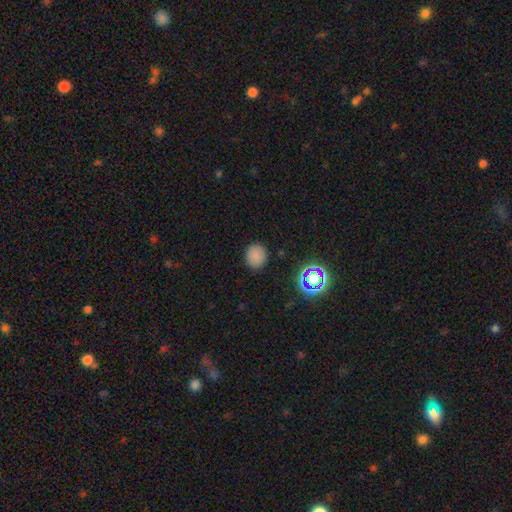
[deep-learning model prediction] Smooth or featured: smooth — 80% (star or artifact — 16%)
How rounded: round — 69% (in between — 30%)
Merging: none — 87% (minor disturbance — 9%)